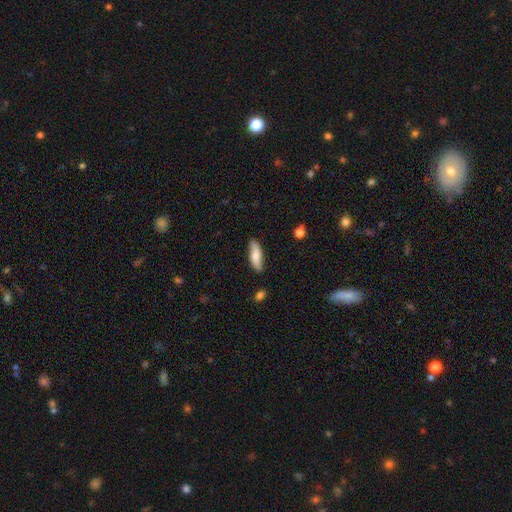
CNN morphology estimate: smooth 72%, featured or disk 22%, star or artifact 6%. Down the decision tree: how rounded — in between (52%); merging — none (82%).